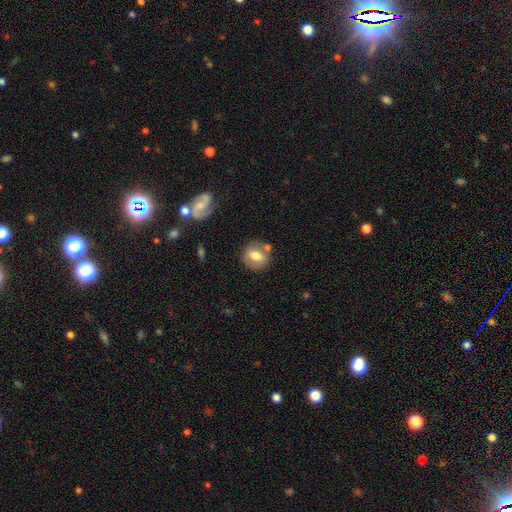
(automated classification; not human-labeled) Morphology: type=smooth (67%); roundness=round (64%); merging=none (71%).